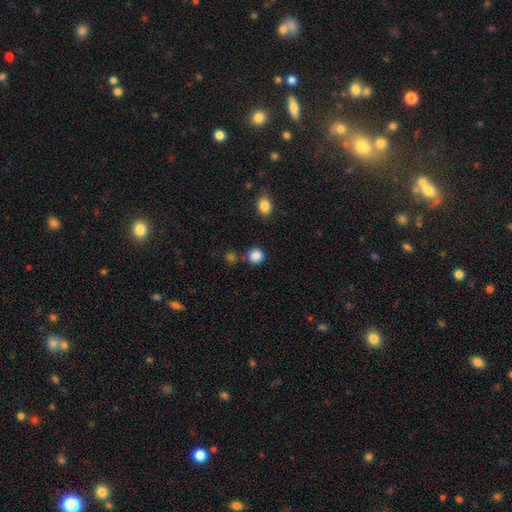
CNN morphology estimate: The model was most divided on "merging": none: 80%, minor disturbance: 9%, merger: 8%, major disturbance: 3%. More confident: how rounded — round (90%); smooth or featured — smooth (87%).